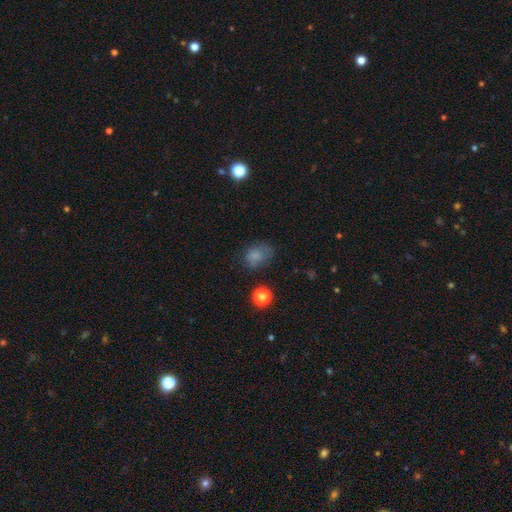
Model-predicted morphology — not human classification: Smooth or featured?
  - smooth: 75% *
  - star or artifact: 15%
  - featured or disk: 11%
How rounded?
  - in between: 61% *
  - round: 38%
  - cigar-shaped: 1%
Merging?
  - none: 58% *
  - minor disturbance: 26%
  - major disturbance: 12%
  - merger: 4%